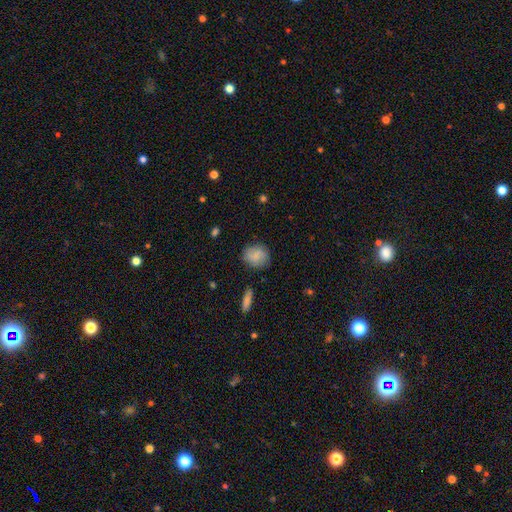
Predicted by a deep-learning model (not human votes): Smooth or featured?
  - smooth: 78% *
  - featured or disk: 14%
  - star or artifact: 8%
How rounded?
  - round: 68% *
  - in between: 31%
  - cigar-shaped: 1%
Merging?
  - none: 80% *
  - minor disturbance: 15%
  - major disturbance: 4%
  - merger: 2%